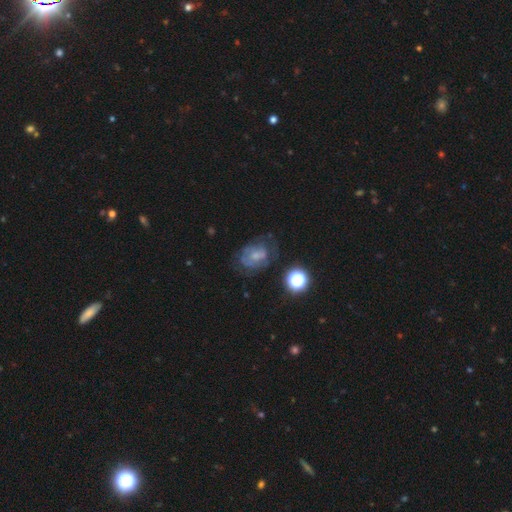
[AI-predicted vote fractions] Morphology: type=featured or disk (49%); merging=none (47%).